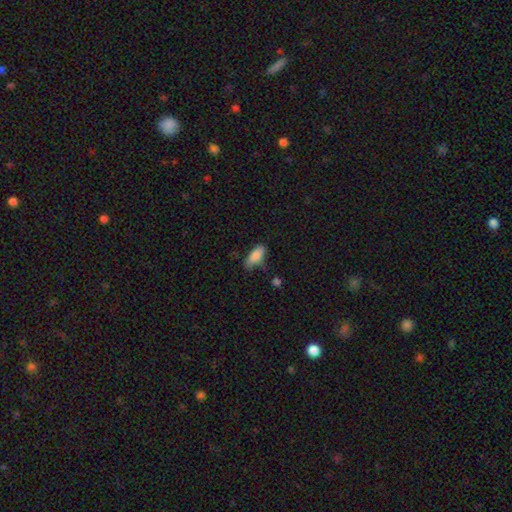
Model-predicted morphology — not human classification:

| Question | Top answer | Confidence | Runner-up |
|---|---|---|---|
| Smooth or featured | smooth | 84% | featured or disk (8%) |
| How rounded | in between | 79% | cigar-shaped (19%) |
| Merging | none | 54% | minor disturbance (33%) |